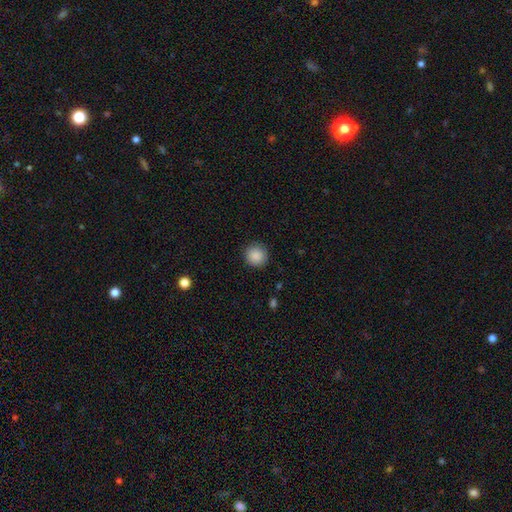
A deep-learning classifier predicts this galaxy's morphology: smooth 88%, star or artifact 8%, featured or disk 4%. Down the decision tree: how rounded — round (94%); merging — none (90%).